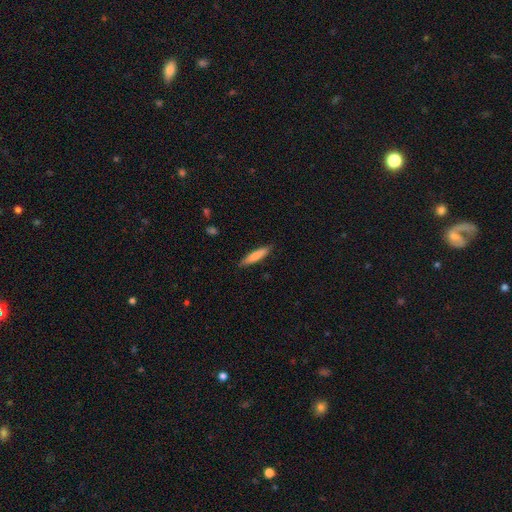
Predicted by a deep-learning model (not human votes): A smooth galaxy with no disk features (76%) that is cigar-shaped (88%).

Vote fractions:
- Smooth or featured? smooth: 76% / featured or disk: 18% / star or artifact: 5%
- How rounded? cigar-shaped: 88% / in between: 11% / round: 1%
- Merging? none: 88% / minor disturbance: 9% / major disturbance: 2% / merger: 1%